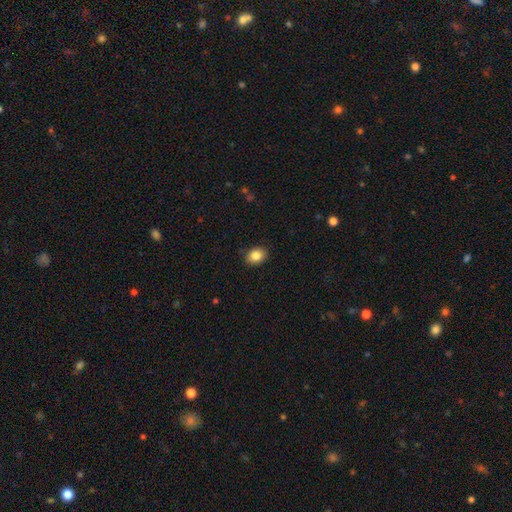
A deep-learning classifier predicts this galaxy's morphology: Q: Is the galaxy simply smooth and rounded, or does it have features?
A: smooth — 85%.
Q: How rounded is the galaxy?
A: in between — 63%.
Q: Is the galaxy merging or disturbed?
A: none — 89%.